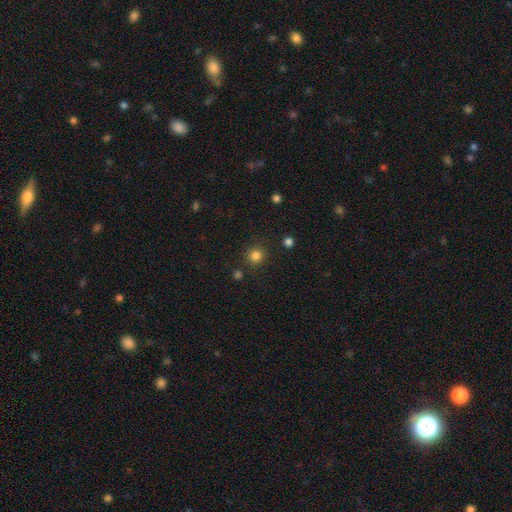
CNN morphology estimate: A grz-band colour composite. It shows a smooth galaxy with no disk features (82%) that is round (93%). Merging: none (86%).